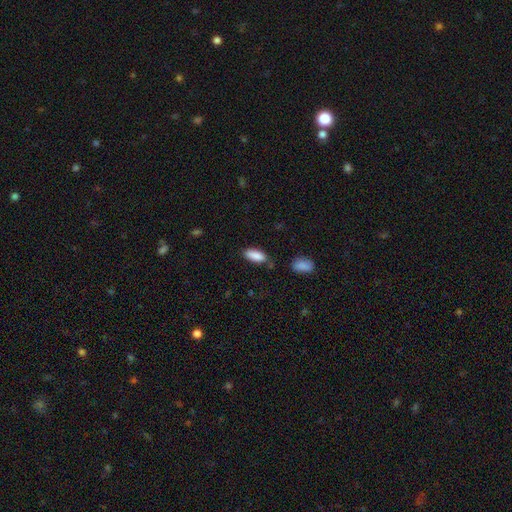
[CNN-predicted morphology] Smooth or featured: smooth — 88% (star or artifact — 7%)
How rounded: in between — 83% (cigar-shaped — 15%)
Merging: none — 73% (minor disturbance — 17%)